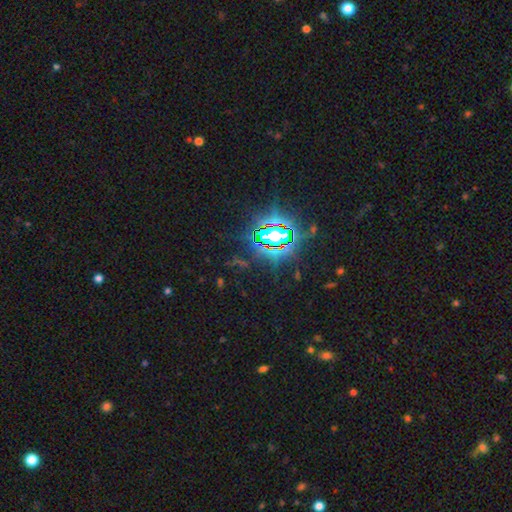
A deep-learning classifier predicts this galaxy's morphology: A star or artifact, not a galaxy (86%).